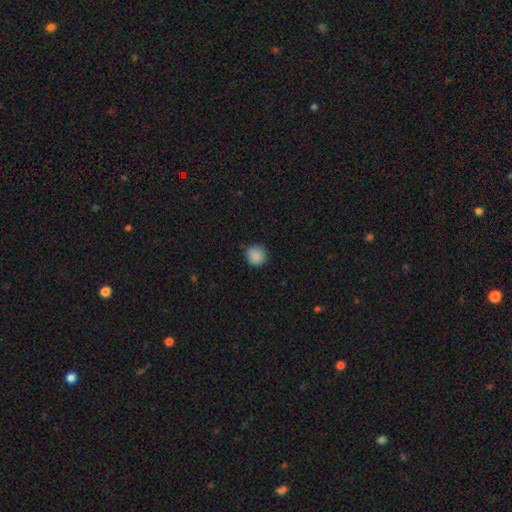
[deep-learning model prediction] Q: Smooth or featured?
A: smooth (88%); runner-up: star or artifact (9%)
Q: How rounded?
A: round (92%); runner-up: in between (7%)
Q: Merging?
A: none (85%); runner-up: minor disturbance (11%)